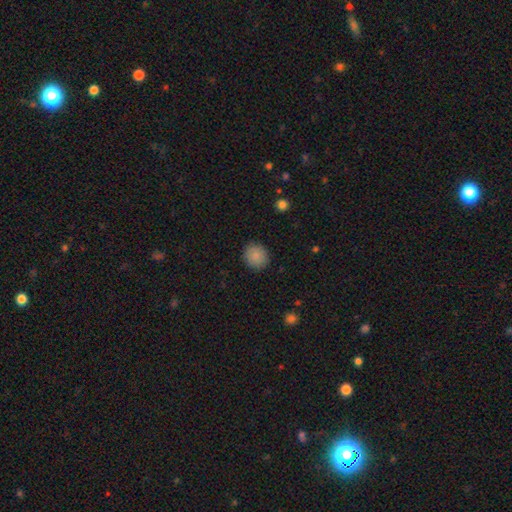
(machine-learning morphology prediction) Q: Smooth or featured?
A: smooth (88%); runner-up: star or artifact (8%)
Q: How rounded?
A: round (81%); runner-up: in between (18%)
Q: Merging?
A: none (89%); runner-up: minor disturbance (8%)